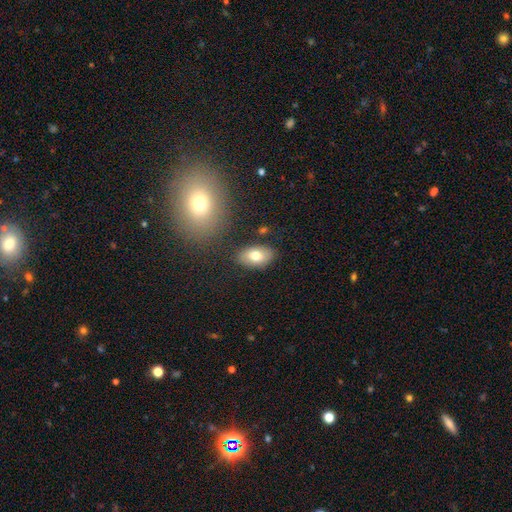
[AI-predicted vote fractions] A smooth galaxy with no disk features (76%) that is in between round and cigar-shaped (90%).

Vote fractions:
- Smooth or featured? smooth: 76% / featured or disk: 16% / star or artifact: 8%
- How rounded? in between: 90% / round: 9% / cigar-shaped: 1%
- Merging? none: 83% / minor disturbance: 11% / merger: 4% / major disturbance: 3%